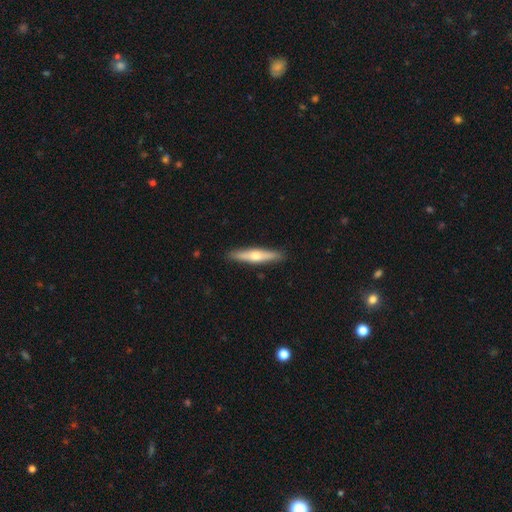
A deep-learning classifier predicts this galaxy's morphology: smooth-or-featured: featured or disk: 51% | smooth: 44% | star or artifact: 5%
  disk-edge-on: yes: 92% | no: 8%
  merging: none: 90% | minor disturbance: 7% | major disturbance: 1% | merger: 1%